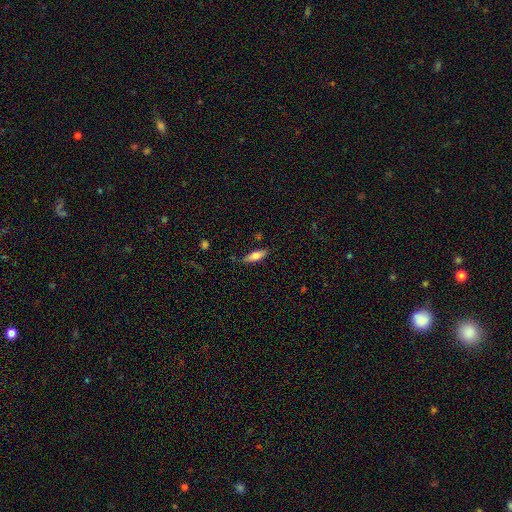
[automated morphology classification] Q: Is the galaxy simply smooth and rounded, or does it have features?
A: smooth — 72%.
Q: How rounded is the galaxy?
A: in between — 53%.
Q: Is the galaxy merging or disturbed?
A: none — 80%.